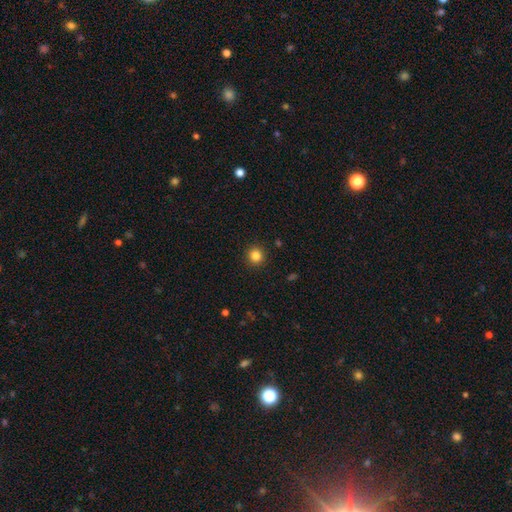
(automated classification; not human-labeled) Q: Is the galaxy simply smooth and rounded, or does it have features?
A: smooth — 83%.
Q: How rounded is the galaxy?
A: round — 94%.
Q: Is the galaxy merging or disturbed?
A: none — 92%.